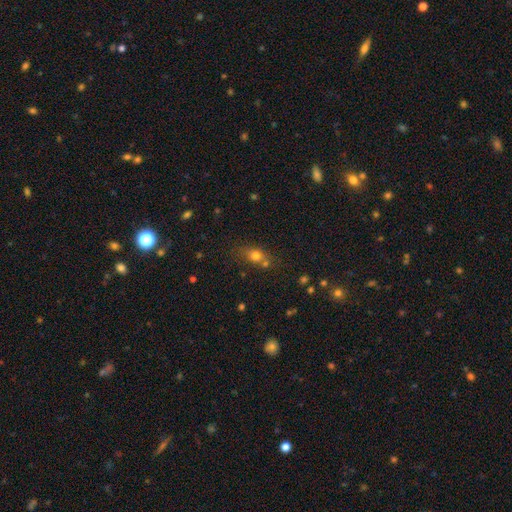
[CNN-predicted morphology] Q: Smooth or featured?
A: smooth (73%); runner-up: star or artifact (15%)
Q: How rounded?
A: in between (51%); runner-up: round (45%)
Q: Merging?
A: none (57%); runner-up: merger (22%)